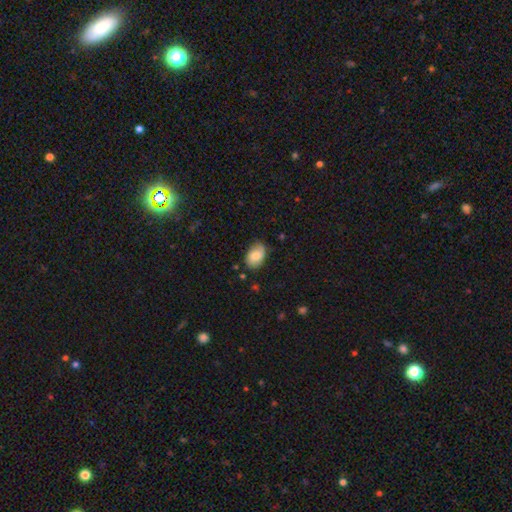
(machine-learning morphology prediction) smooth 77%, featured or disk 16%, star or artifact 7%. Down the decision tree: how rounded — in between (87%); merging — none (69%).